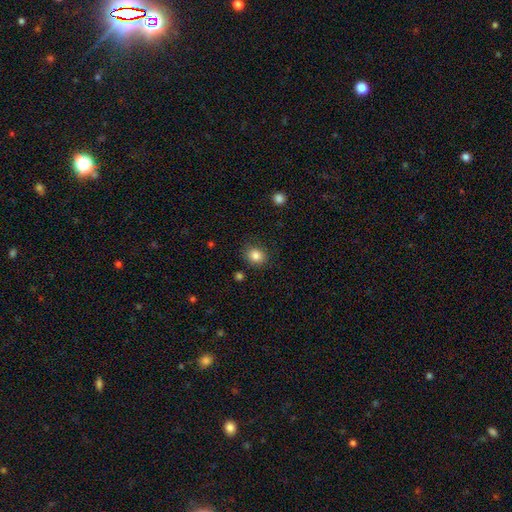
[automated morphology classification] A smooth galaxy with no disk features (84%) that is round (66%). Merging: none (85%).